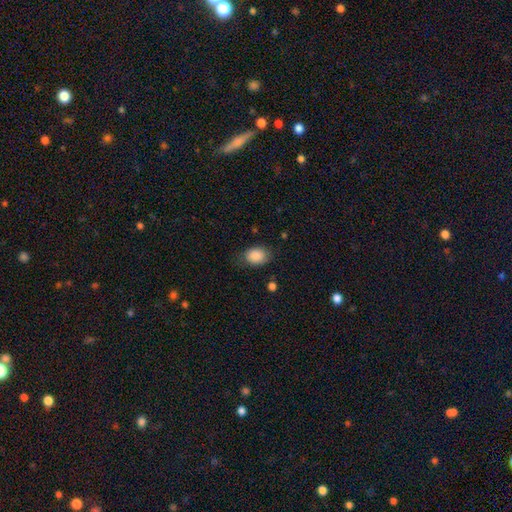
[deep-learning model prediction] smooth 88%, star or artifact 8%, featured or disk 4%. Down the decision tree: how rounded — in between (70%); merging — none (72%).